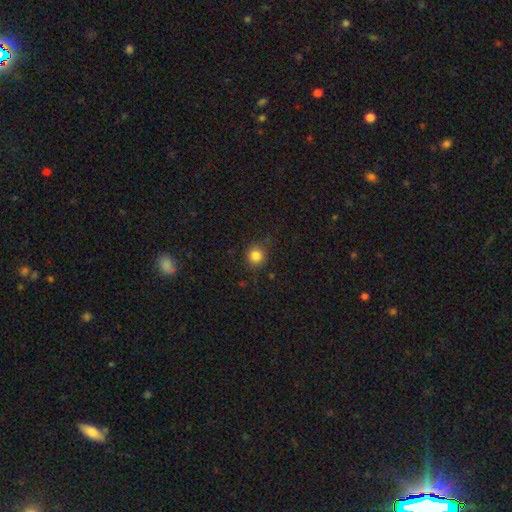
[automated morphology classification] Smooth or featured? Predicted: smooth (p=0.83). How rounded? Predicted: round (p=0.91). Merging? Predicted: none (p=0.83).